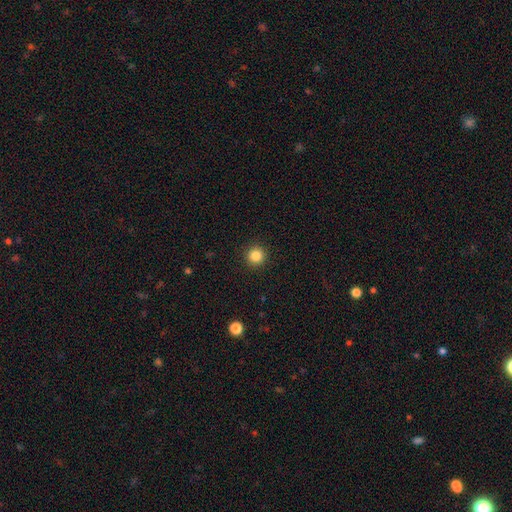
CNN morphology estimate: This is clearly a smooth galaxy (85%). How rounded: clearly round (95%). Merging: clearly none (93%).